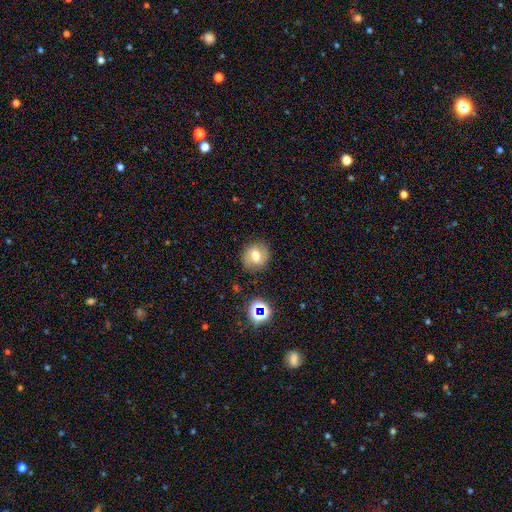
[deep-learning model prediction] This is possibly a smooth galaxy (60%). How rounded: likely round (79%). Merging: clearly none (83%).